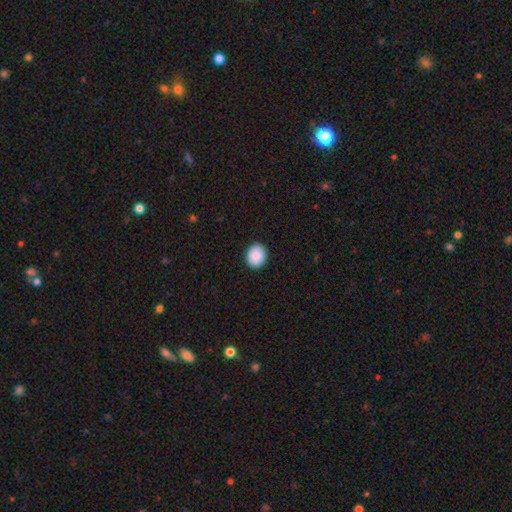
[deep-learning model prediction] A smooth galaxy with no disk features (90%) that is round (63%).

Vote fractions:
- Smooth or featured? smooth: 90% / star or artifact: 7% / featured or disk: 2%
- How rounded? round: 63% / in between: 36% / cigar-shaped: 1%
- Merging? none: 91% / minor disturbance: 7% / major disturbance: 2% / merger: 1%